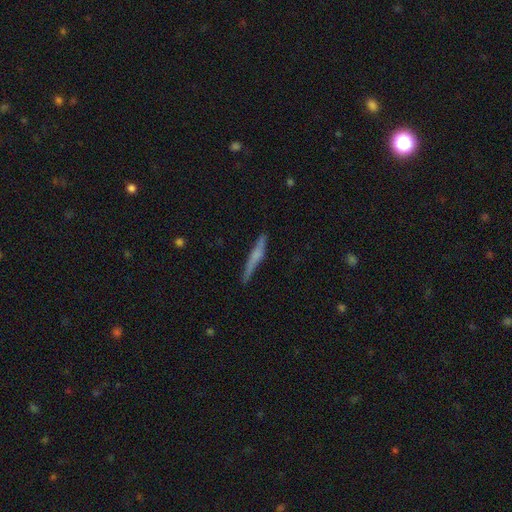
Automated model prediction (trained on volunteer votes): Q: Smooth or featured?
A: smooth (47%); runner-up: featured or disk (46%)
Q: Merging?
A: none (82%); runner-up: minor disturbance (14%)